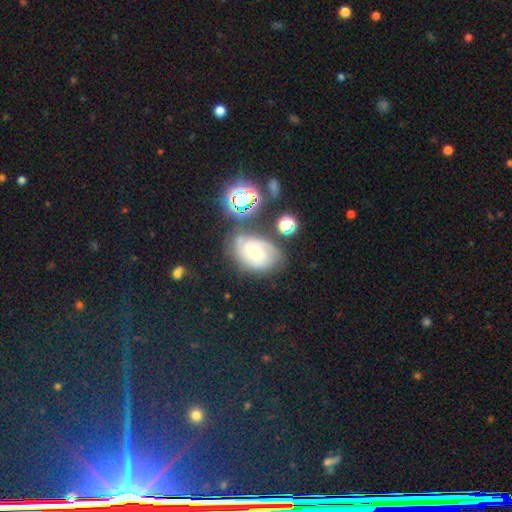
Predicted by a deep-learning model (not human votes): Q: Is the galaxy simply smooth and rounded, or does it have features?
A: featured or disk — 66%.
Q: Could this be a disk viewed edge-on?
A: no — 97%.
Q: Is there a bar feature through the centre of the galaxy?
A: no — 60%.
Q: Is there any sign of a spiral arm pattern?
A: yes — 92%.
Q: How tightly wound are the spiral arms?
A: tight — 48%.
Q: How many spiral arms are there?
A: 2 — 34%.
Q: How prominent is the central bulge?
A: small — 47%.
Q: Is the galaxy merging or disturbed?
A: none — 58%.